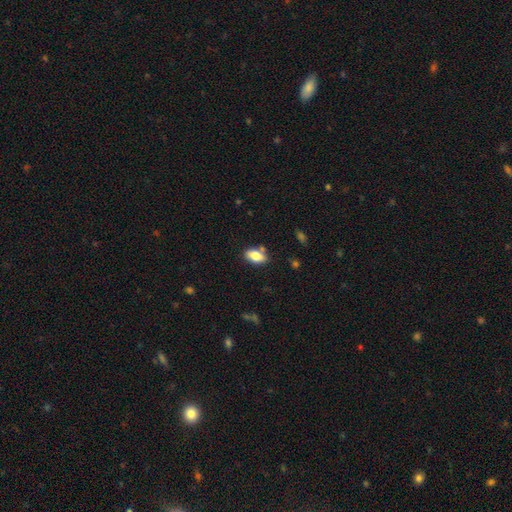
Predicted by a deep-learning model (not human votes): Smooth or featured? smooth (81%)
How rounded? in between (90%)
Merging? none (76%)